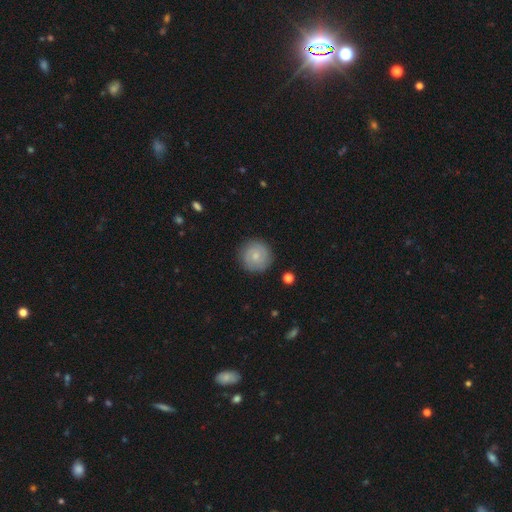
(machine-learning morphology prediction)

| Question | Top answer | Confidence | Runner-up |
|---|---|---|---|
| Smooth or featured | smooth | 57% | featured or disk (36%) |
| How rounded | round | 94% | in between (5%) |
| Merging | none | 88% | minor disturbance (9%) |